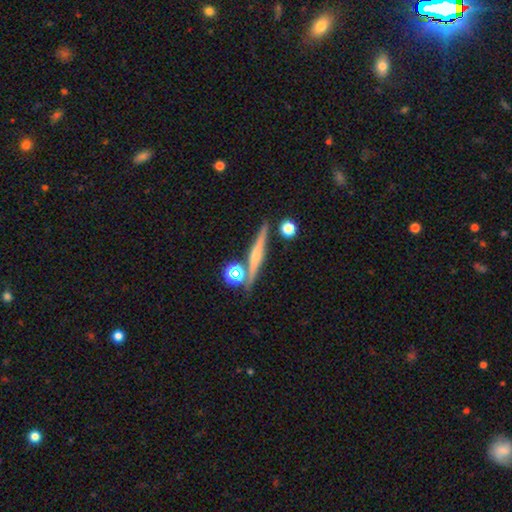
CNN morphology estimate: Smooth or featured? Predicted: featured or disk (p=0.64). Edge-on disk? Predicted: yes (p=0.96). Edge-on bulge? Predicted: rounded (p=0.64). Merging? Predicted: none (p=0.80).